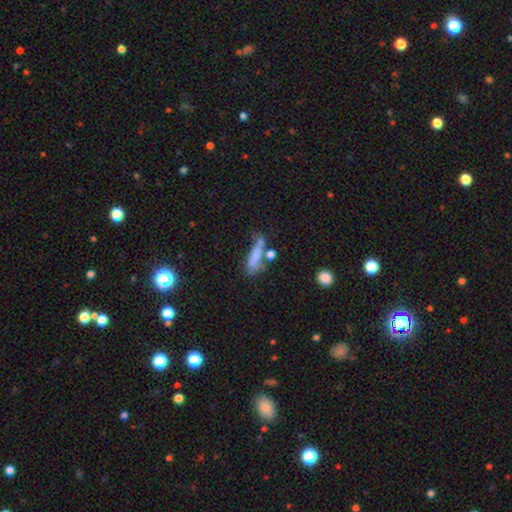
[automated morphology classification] Overall: smooth (71%). How rounded: cigar-shaped (66%; in between 30%). Merging: none (41%; minor disturbance 23%).